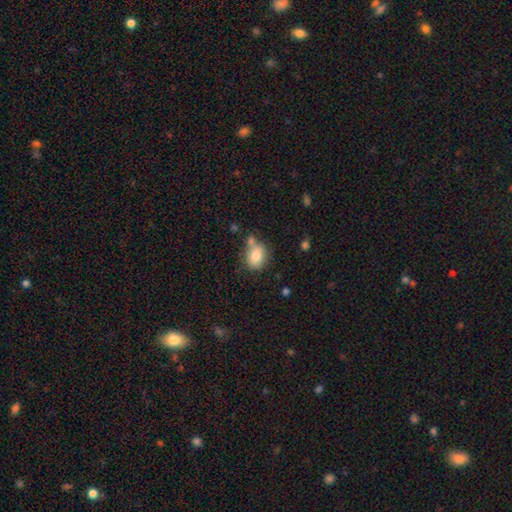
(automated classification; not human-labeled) smooth 78%, featured or disk 13%, star or artifact 9%. Down the decision tree: how rounded — in between (54%); merging — none (57%).